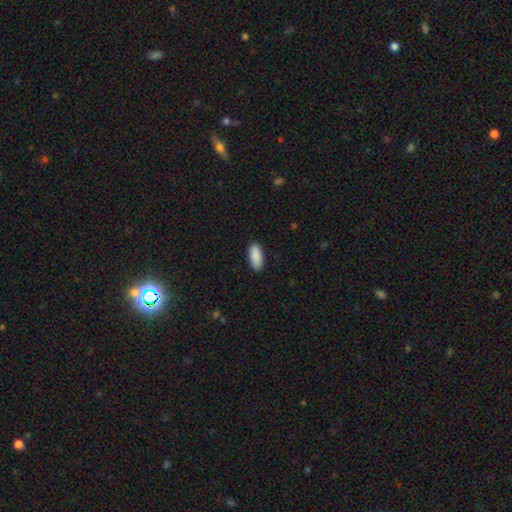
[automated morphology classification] smooth_or_featured: smooth (p=0.91) [alt: star or artifact p=0.06]
how_rounded: in between (p=0.86) [alt: cigar-shaped p=0.12]
merging: none (p=0.89) [alt: minor disturbance p=0.08]